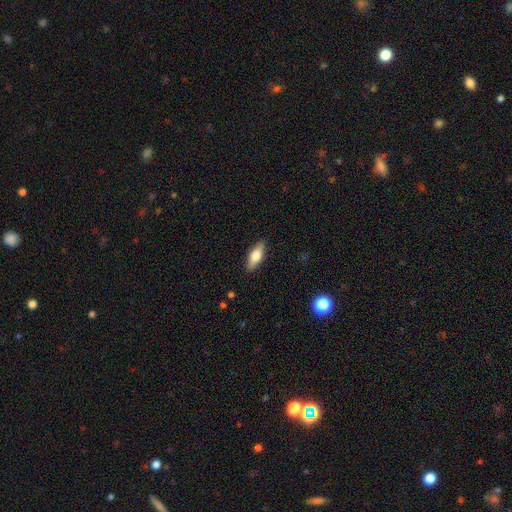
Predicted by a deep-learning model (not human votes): smooth-or-featured: smooth: 65% | featured or disk: 29% | star or artifact: 6%
  how-rounded: in between: 66% | cigar-shaped: 31% | round: 3%
  merging: none: 88% | minor disturbance: 9% | major disturbance: 2% | merger: 1%